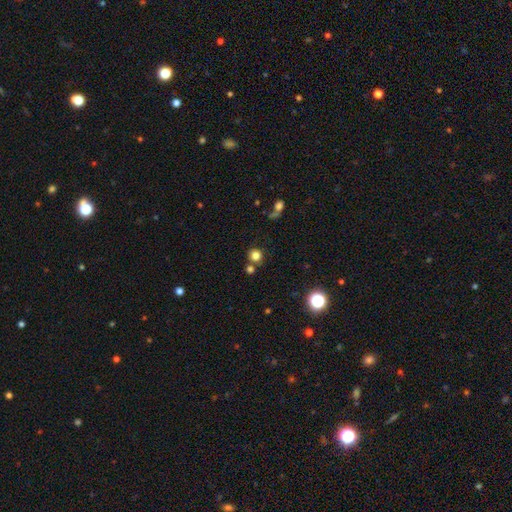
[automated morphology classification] The model was most divided on "merging": none: 73%, merger: 15%, minor disturbance: 8%, major disturbance: 4%. More confident: how rounded — round (91%); smooth or featured — smooth (79%).